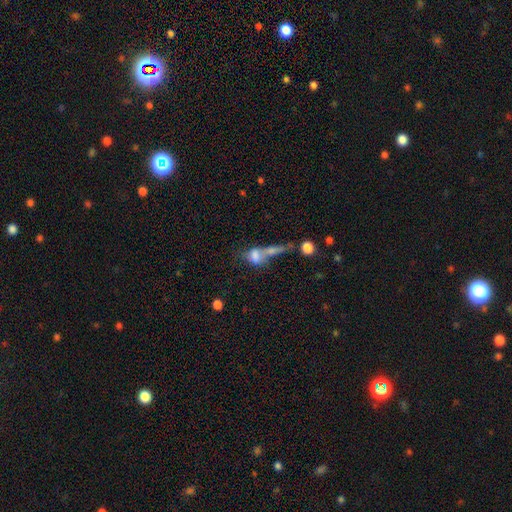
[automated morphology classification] Q: Smooth or featured?
A: smooth (62%); runner-up: featured or disk (26%)
Q: How rounded?
A: in between (63%); runner-up: round (23%)
Q: Merging?
A: merger (57%); runner-up: none (18%)